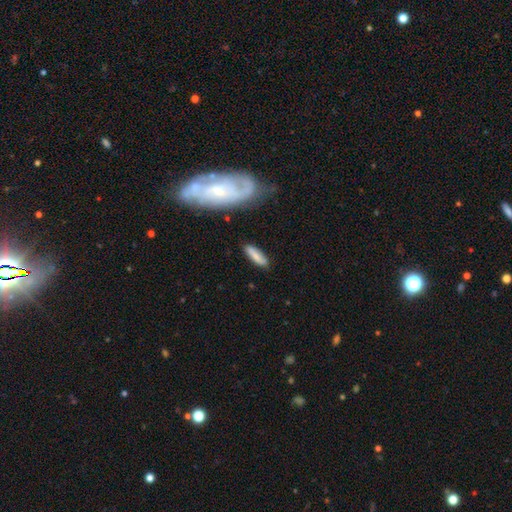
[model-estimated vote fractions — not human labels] A smooth galaxy with no disk features (75%) that is cigar-shaped (63%). Merging: none (81%).